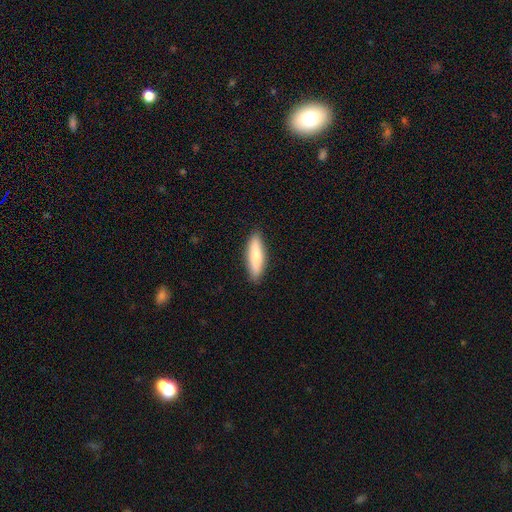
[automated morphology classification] Smooth or featured: smooth — 79% (featured or disk — 16%)
How rounded: cigar-shaped — 67% (in between — 31%)
Merging: none — 88% (minor disturbance — 9%)